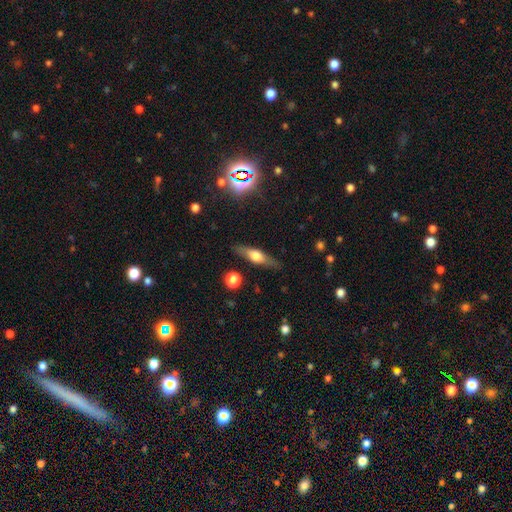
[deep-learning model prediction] Smooth or featured: featured or disk — 52% (smooth — 40%)
Edge-on disk: yes — 90% (no — 10%)
Merging: none — 84% (minor disturbance — 11%)